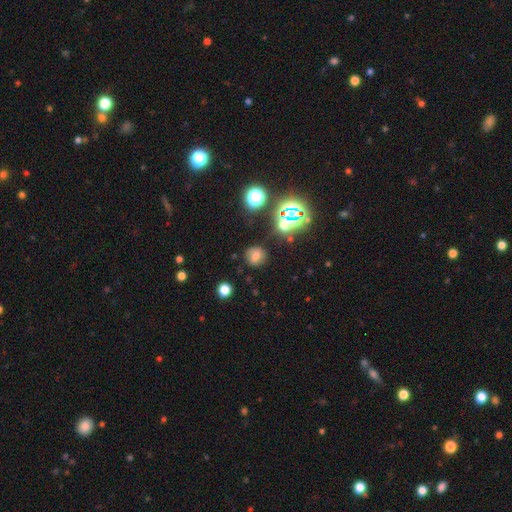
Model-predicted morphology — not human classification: A smooth galaxy with no disk features (56%) that is round (74%).

Vote fractions:
- Smooth or featured? smooth: 56% / star or artifact: 24% / featured or disk: 20%
- How rounded? round: 74% / in between: 25% / cigar-shaped: 1%
- Merging? none: 77% / minor disturbance: 13% / major disturbance: 6% / merger: 4%